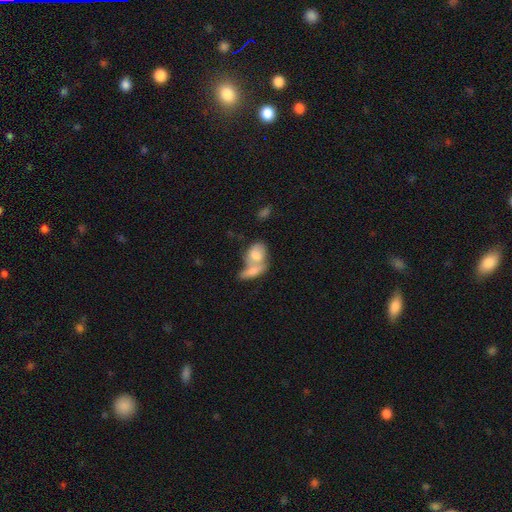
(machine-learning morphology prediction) smooth_or_featured: smooth (p=0.72) [alt: featured or disk p=0.21]
how_rounded: in between (p=0.77) [alt: round p=0.19]
merging: merger (p=0.64) [alt: none p=0.23]